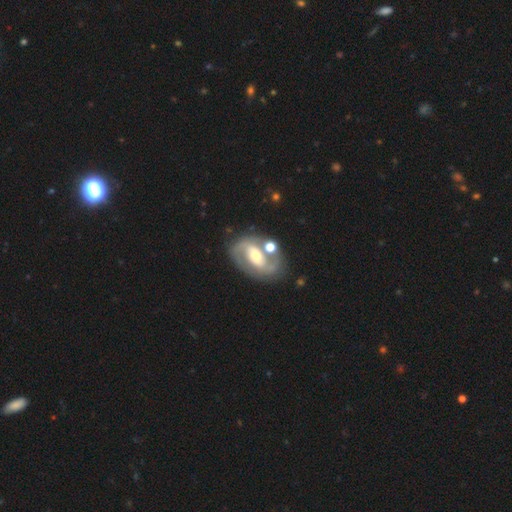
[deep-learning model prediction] Q: Smooth or featured?
A: featured or disk (83%); runner-up: smooth (11%)
Q: Edge-on disk?
A: no (97%); runner-up: yes (3%)
Q: Bar?
A: strong (37%); tied with: weak (37%)
Q: Spiral arms?
A: yes (90%); runner-up: no (10%)
Q: Spiral winding?
A: medium (53%); runner-up: tight (27%)
Q: Spiral arm count?
A: 2 (88%); runner-up: can't tell (5%)
Q: Bulge size?
A: moderate (61%); runner-up: small (27%)
Q: Merging?
A: none (70%); runner-up: minor disturbance (14%)